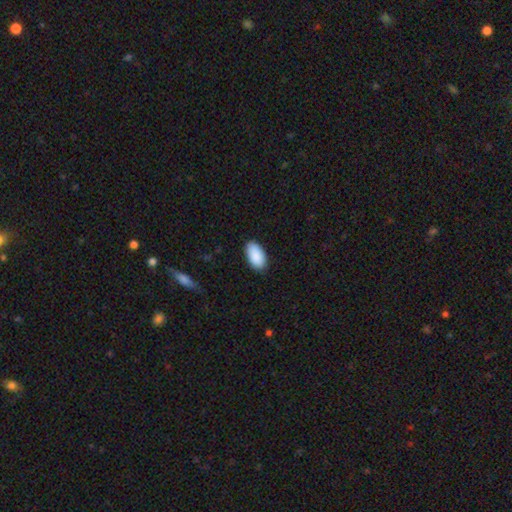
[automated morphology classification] This appears to be a smooth galaxy with no disk features (90%) that is in between round and cigar-shaped (96%). Merging: none (86%).